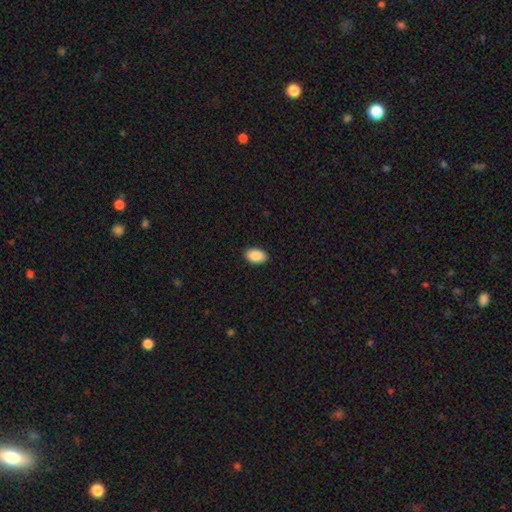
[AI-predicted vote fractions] Smooth or featured? Predicted: smooth (p=0.90). How rounded? Predicted: in between (p=0.92). Merging? Predicted: none (p=0.90).